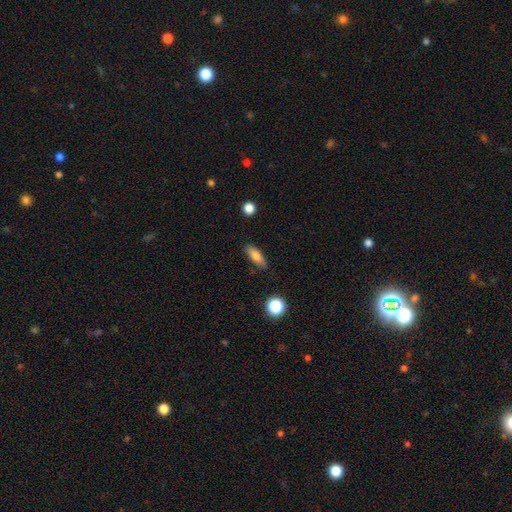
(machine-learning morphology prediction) Q: Smooth or featured?
A: smooth (77%); runner-up: featured or disk (15%)
Q: How rounded?
A: in between (58%); runner-up: cigar-shaped (38%)
Q: Merging?
A: none (86%); runner-up: minor disturbance (10%)